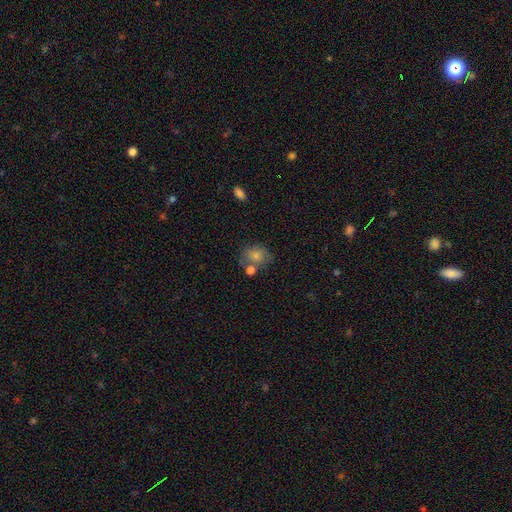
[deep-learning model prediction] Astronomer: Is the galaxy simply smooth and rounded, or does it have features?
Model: smooth — 69%.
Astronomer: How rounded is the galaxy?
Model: round — 53% (runner-up: in between, 45%).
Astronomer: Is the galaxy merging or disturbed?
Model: none — 59%.